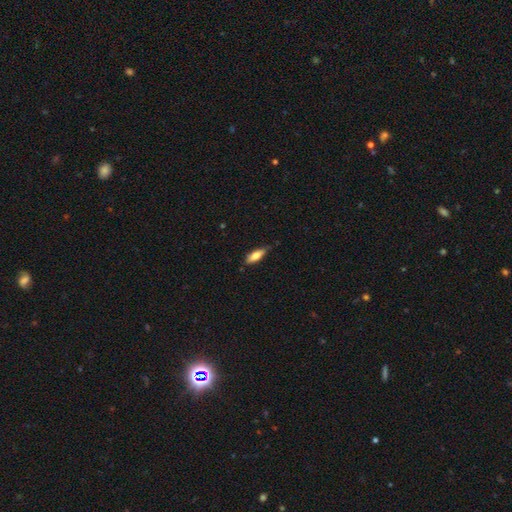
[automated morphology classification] Smooth or featured?
  - smooth: 74% *
  - featured or disk: 20%
  - star or artifact: 6%
How rounded?
  - in between: 59% *
  - cigar-shaped: 39%
  - round: 2%
Merging?
  - none: 74% *
  - minor disturbance: 21%
  - major disturbance: 3%
  - merger: 1%